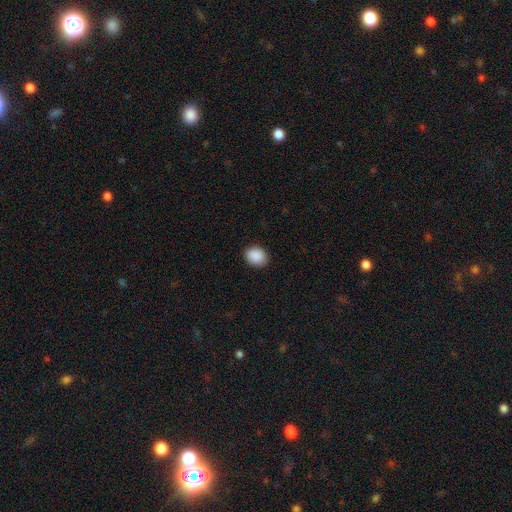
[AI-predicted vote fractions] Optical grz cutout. It shows a smooth galaxy with no disk features (90%) that is round (50%). Merging: none (88%).